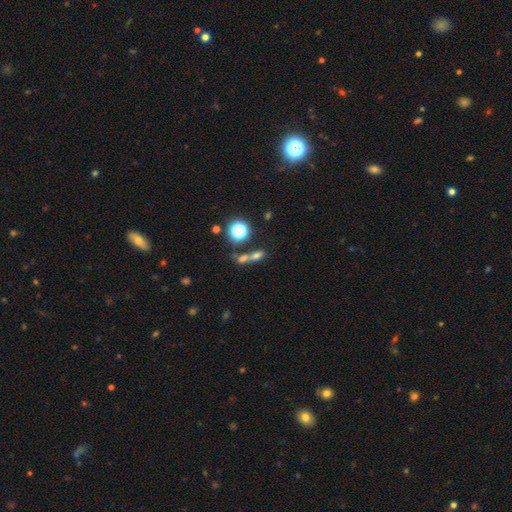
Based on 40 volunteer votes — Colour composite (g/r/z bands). It shows a smooth galaxy with no disk features (88%) that is in between round and cigar-shaped (74%). Merging: merger (50%).